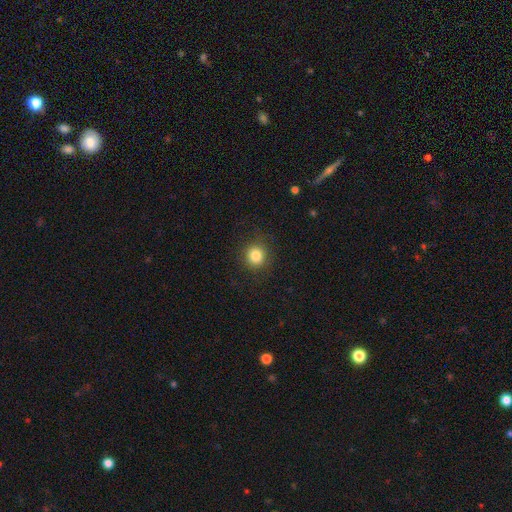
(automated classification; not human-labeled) smooth_or_featured: smooth (p=0.84) [alt: star or artifact p=0.11]
how_rounded: round (p=0.90) [alt: in between p=0.09]
merging: none (p=0.88) [alt: minor disturbance p=0.08]